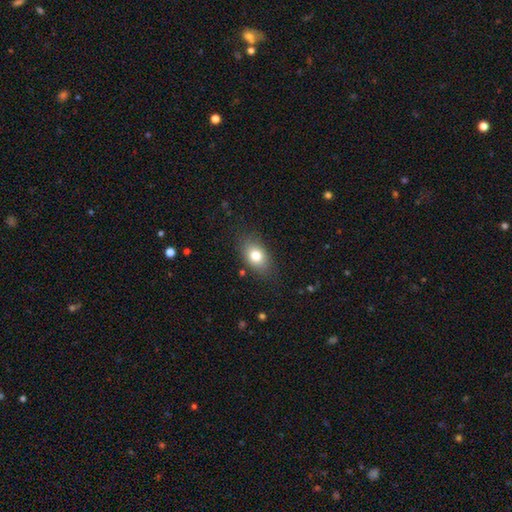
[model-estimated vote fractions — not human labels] Smooth or featured: smooth — 78% (featured or disk — 13%)
How rounded: in between — 80% (round — 18%)
Merging: none — 81% (minor disturbance — 14%)